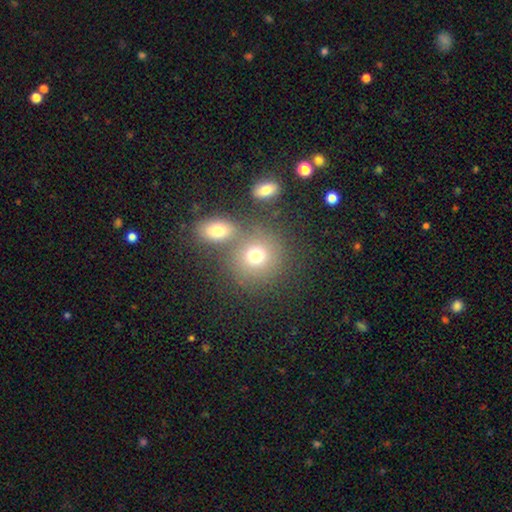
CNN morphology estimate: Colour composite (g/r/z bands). It shows a smooth galaxy with no disk features (73%) that is round (82%). Merging: none (57%).